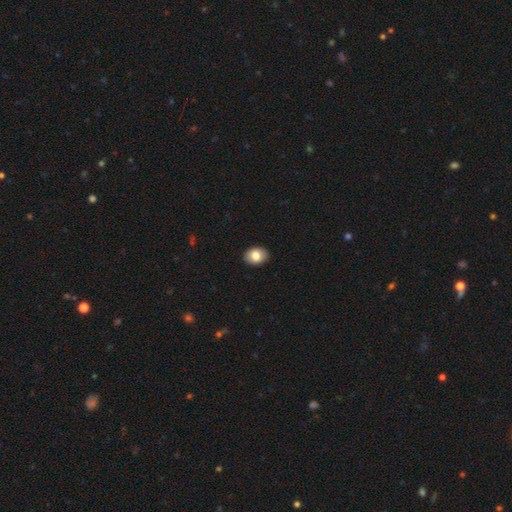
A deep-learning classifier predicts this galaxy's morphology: A smooth galaxy with no disk features (83%) that is in between round and cigar-shaped (74%). Merging: none (90%).